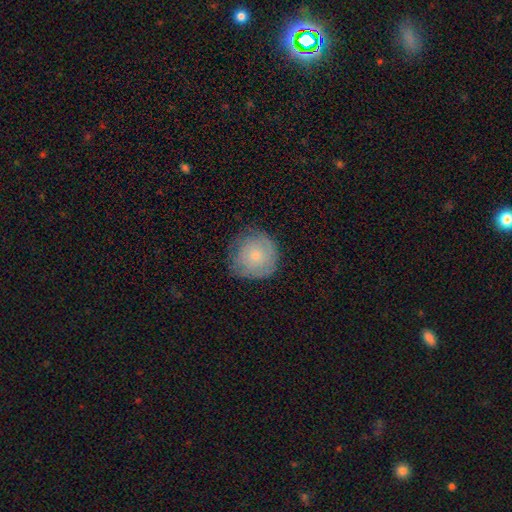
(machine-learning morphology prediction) Smooth or featured?
  - smooth: 66% *
  - featured or disk: 27%
  - star or artifact: 7%
How rounded?
  - round: 92% *
  - in between: 7%
  - cigar-shaped: 1%
Merging?
  - none: 73% *
  - minor disturbance: 21%
  - major disturbance: 5%
  - merger: 1%